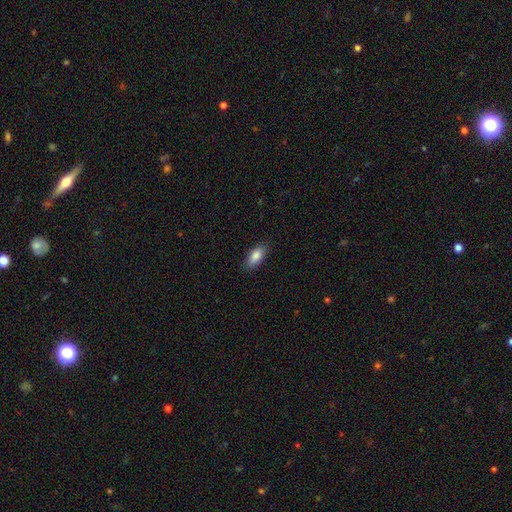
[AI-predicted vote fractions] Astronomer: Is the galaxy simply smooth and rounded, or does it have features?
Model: smooth — 85%.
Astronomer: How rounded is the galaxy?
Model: in between — 83%.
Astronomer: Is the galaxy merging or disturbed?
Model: none — 86%.